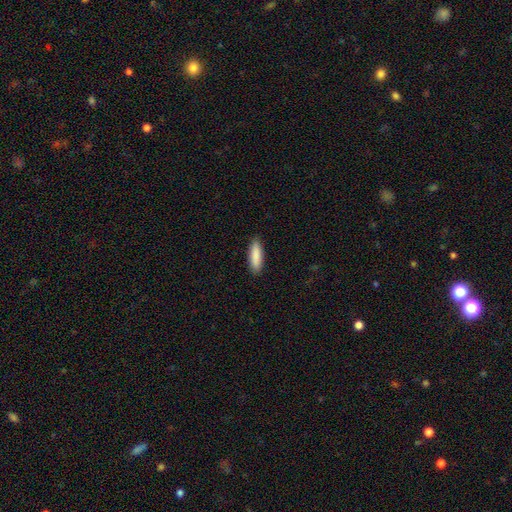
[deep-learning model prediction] Smooth or featured?
  - smooth: 88% *
  - featured or disk: 6%
  - star or artifact: 6%
How rounded?
  - cigar-shaped: 59% *
  - in between: 40%
  - round: 1%
Merging?
  - none: 89% *
  - minor disturbance: 9%
  - major disturbance: 2%
  - merger: 1%